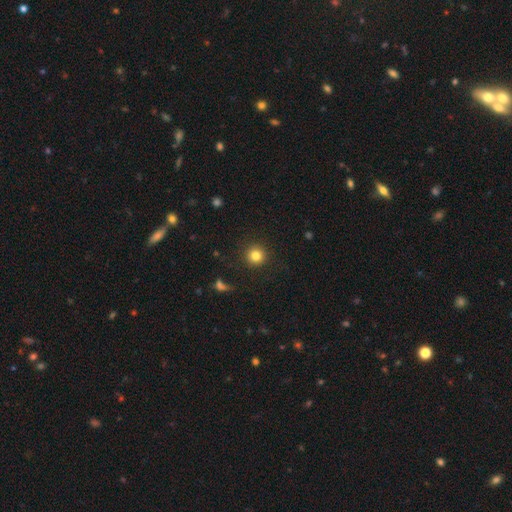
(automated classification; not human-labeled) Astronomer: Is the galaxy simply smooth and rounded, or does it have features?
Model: smooth — 83%.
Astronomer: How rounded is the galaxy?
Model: round — 94%.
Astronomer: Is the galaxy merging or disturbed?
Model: none — 91%.